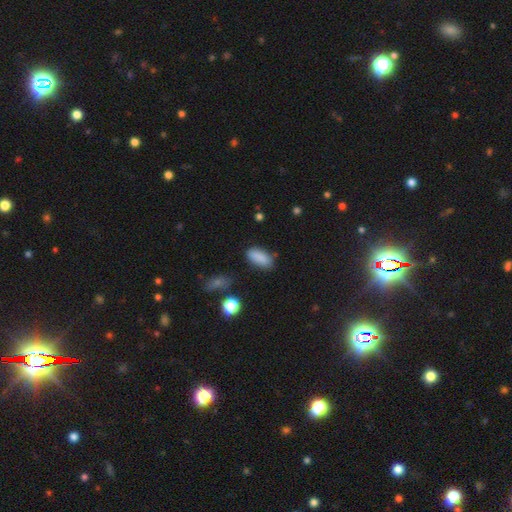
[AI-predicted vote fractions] smooth_or_featured: smooth (p=0.86) [alt: star or artifact p=0.09]
how_rounded: in between (p=0.88) [alt: cigar-shaped p=0.09]
merging: none (p=0.81) [alt: minor disturbance p=0.13]